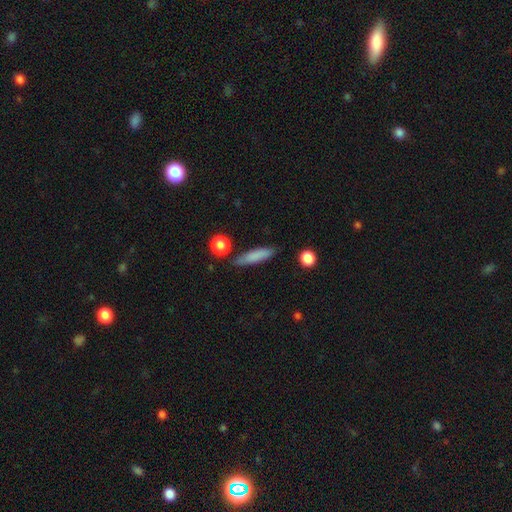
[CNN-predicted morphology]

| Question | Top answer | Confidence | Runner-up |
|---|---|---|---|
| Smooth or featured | smooth | 80% | featured or disk (13%) |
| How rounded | cigar-shaped | 77% | in between (21%) |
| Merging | none | 79% | minor disturbance (14%) |